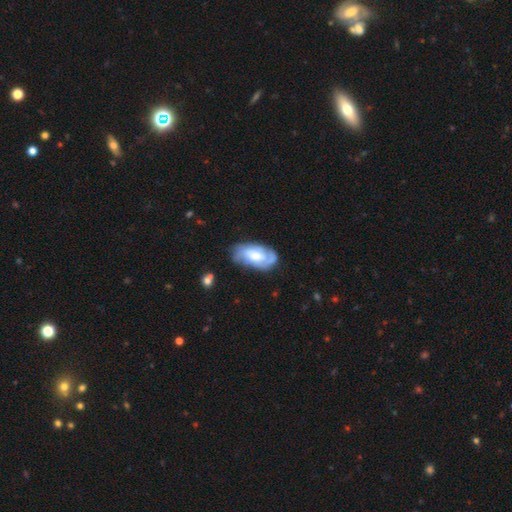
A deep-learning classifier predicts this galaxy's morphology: This appears to be a featured or disk galaxy (60%) with no bar (58%), spiral arms (81%) and a moderate central bulge (50%). Merging: none (61%).